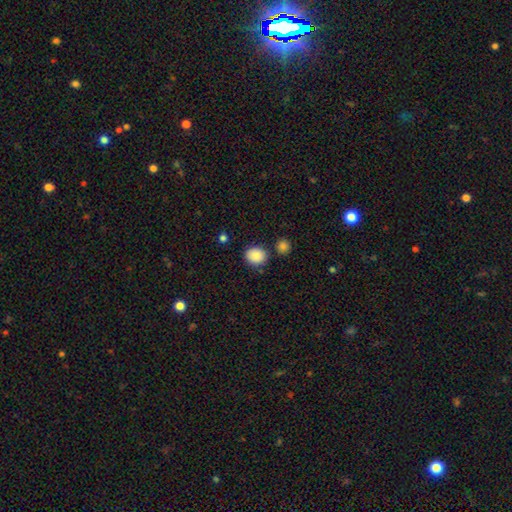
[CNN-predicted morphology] Smooth or featured?
  - smooth: 87% *
  - star or artifact: 9%
  - featured or disk: 4%
How rounded?
  - round: 69% *
  - in between: 30%
  - cigar-shaped: 1%
Merging?
  - none: 82% *
  - minor disturbance: 10%
  - merger: 6%
  - major disturbance: 3%